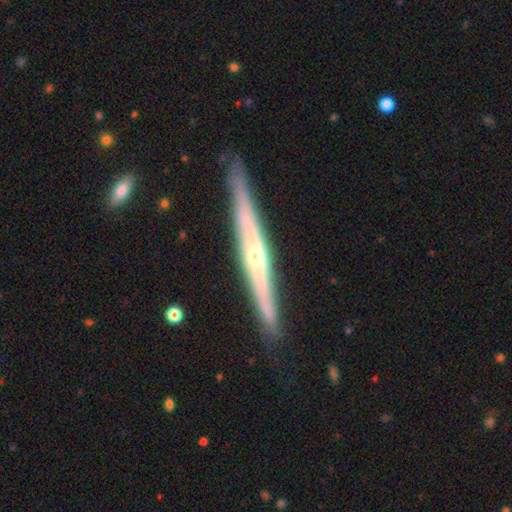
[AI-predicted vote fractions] Smooth or featured?
  - featured or disk: 76% *
  - smooth: 18%
  - star or artifact: 6%
Edge-on disk?
  - yes: 95% *
  - no: 5%
Edge-on bulge?
  - rounded: 68% *
  - none: 26%
  - boxy: 6%
Merging?
  - none: 86% *
  - minor disturbance: 10%
  - major disturbance: 2%
  - merger: 1%